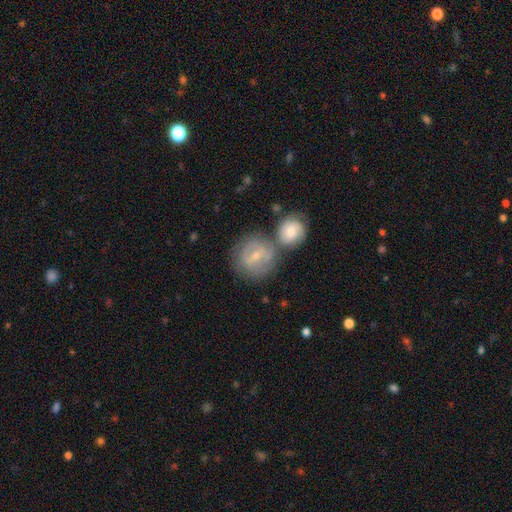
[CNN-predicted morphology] smooth-or-featured: featured or disk: 49% | smooth: 45% | star or artifact: 7%
  merging: none: 45% | merger: 37% | minor disturbance: 13% | major disturbance: 5%